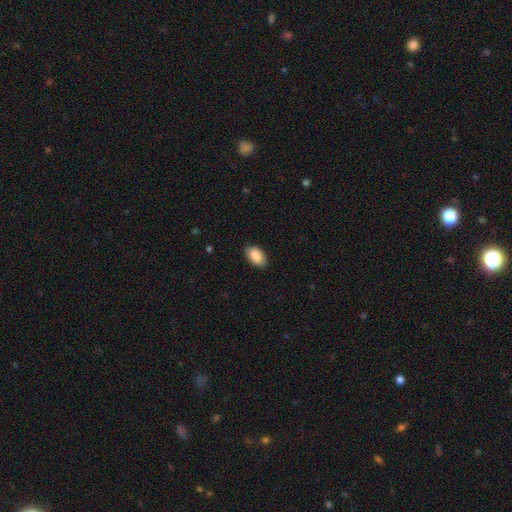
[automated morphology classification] smooth-or-featured: smooth: 89% | star or artifact: 6% | featured or disk: 5%
  how-rounded: in between: 94% | round: 5% | cigar-shaped: 1%
  merging: none: 85% | minor disturbance: 12% | major disturbance: 2% | merger: 1%